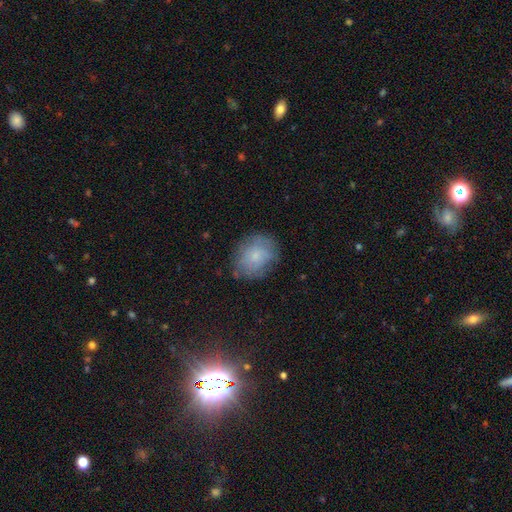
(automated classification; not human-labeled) Smooth or featured? smooth (66%)
How rounded? round (54%)
Merging? none (72%)